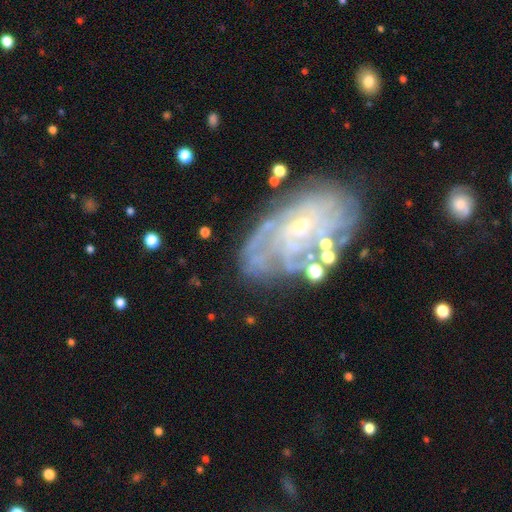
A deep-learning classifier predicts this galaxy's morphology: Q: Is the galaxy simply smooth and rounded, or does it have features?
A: featured or disk — 81%.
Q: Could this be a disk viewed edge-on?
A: no — 96%.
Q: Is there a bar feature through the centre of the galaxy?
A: no — 72%.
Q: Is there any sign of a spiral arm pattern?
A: yes — 90%.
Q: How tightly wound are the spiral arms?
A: tight — 64%.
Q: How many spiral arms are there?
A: can't tell — 39%.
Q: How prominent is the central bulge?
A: small — 79%.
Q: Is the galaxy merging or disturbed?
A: none — 62%.